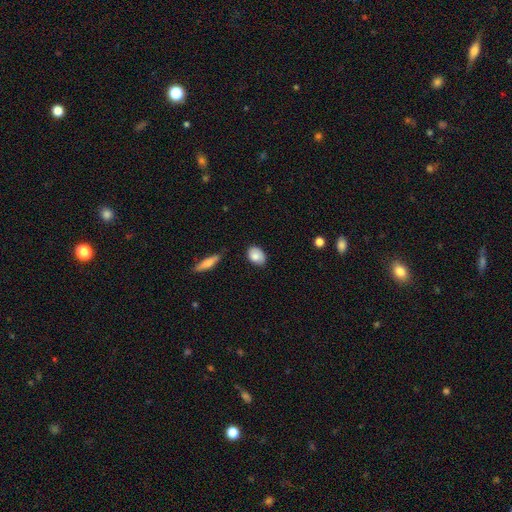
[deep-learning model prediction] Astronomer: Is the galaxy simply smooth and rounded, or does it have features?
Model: smooth — 82%.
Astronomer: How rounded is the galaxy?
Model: in between — 81%.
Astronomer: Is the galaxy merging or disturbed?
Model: none — 77%.